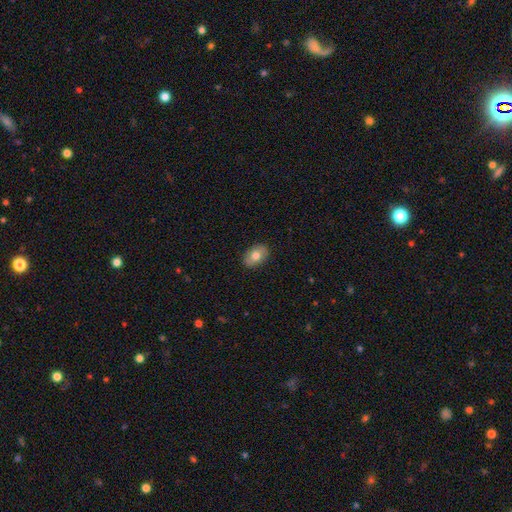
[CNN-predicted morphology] Smooth or featured?
  - smooth: 73% *
  - featured or disk: 20%
  - star or artifact: 7%
How rounded?
  - in between: 83% *
  - round: 16%
  - cigar-shaped: 1%
Merging?
  - none: 86% *
  - minor disturbance: 10%
  - major disturbance: 2%
  - merger: 1%